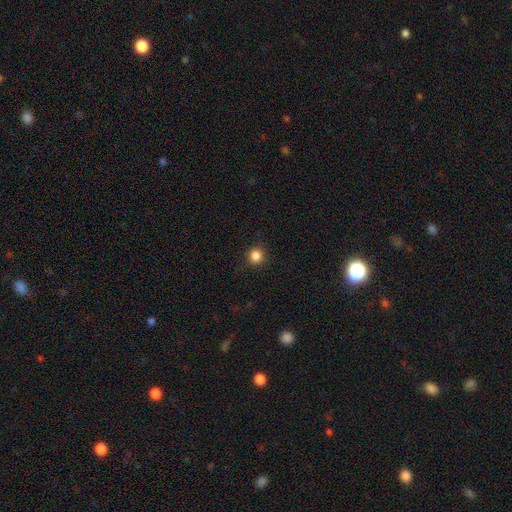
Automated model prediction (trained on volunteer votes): A smooth galaxy with no disk features (84%) that is round (91%).

Vote fractions:
- Smooth or featured? smooth: 84% / star or artifact: 12% / featured or disk: 4%
- How rounded? round: 91% / in between: 8% / cigar-shaped: 1%
- Merging? none: 91% / minor disturbance: 6% / major disturbance: 2% / merger: 1%